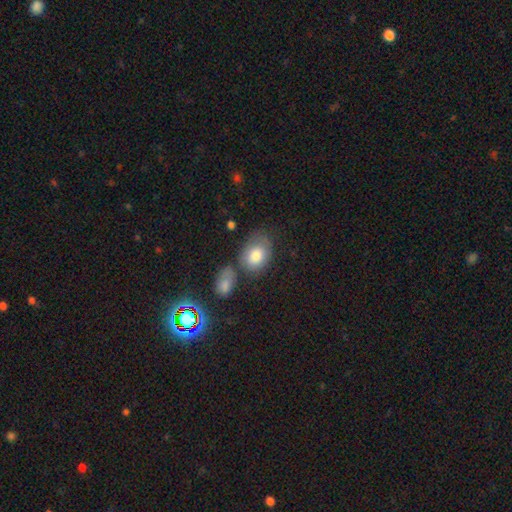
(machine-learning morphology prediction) Q: Smooth or featured?
A: smooth (77%); runner-up: featured or disk (15%)
Q: How rounded?
A: in between (77%); runner-up: round (22%)
Q: Merging?
A: none (50%); runner-up: minor disturbance (23%)